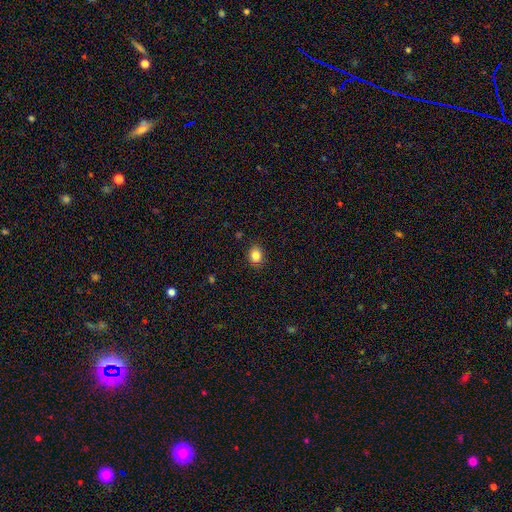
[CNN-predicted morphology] smooth 84%, star or artifact 10%, featured or disk 6%. Down the decision tree: how rounded — round (53%); merging — none (87%).